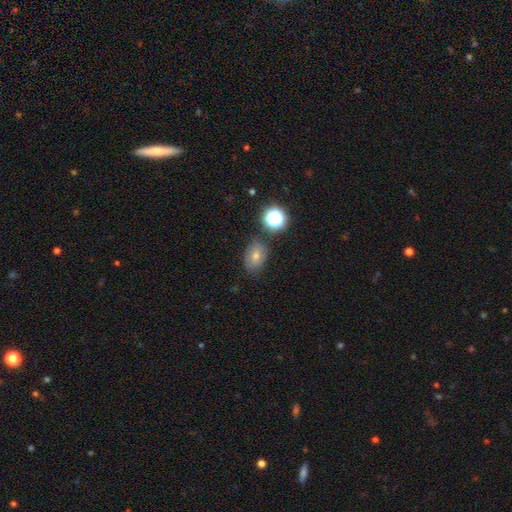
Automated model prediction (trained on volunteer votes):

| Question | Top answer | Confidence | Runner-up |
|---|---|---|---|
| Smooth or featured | smooth | 60% | star or artifact (21%) |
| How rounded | in between | 66% | round (33%) |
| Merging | none | 78% | minor disturbance (14%) |